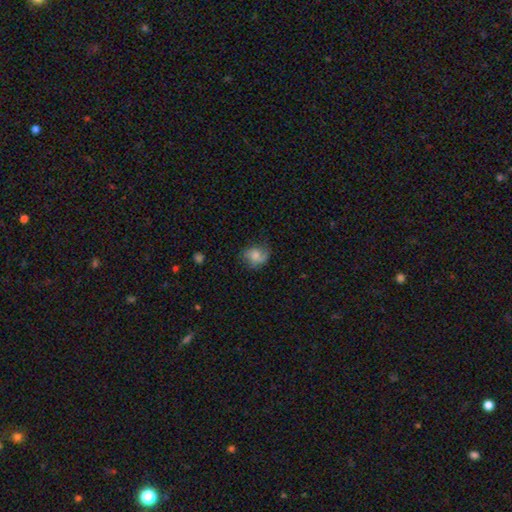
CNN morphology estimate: Smooth or featured: smooth — 49% (featured or disk — 41%)
Merging: none — 59% (minor disturbance — 26%)